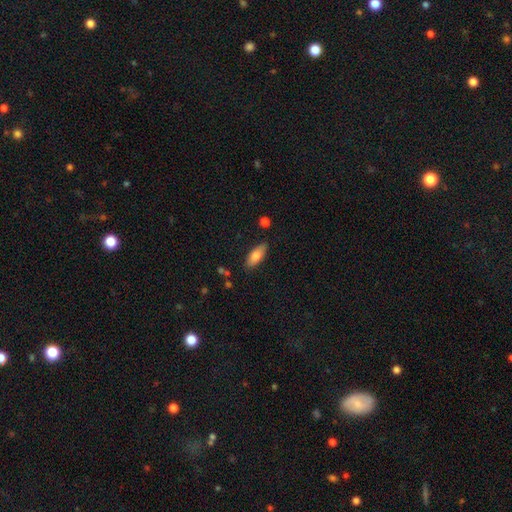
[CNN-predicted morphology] Smooth or featured? smooth (77%)
How rounded? in between (73%)
Merging? none (84%)